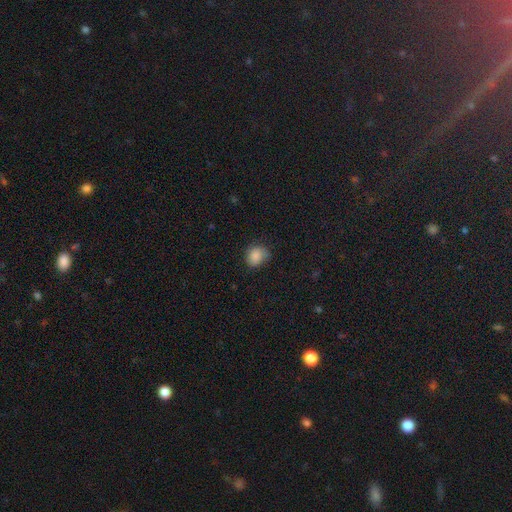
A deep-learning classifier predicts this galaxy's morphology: Q: Smooth or featured?
A: smooth (79%); runner-up: featured or disk (12%)
Q: How rounded?
A: round (70%); runner-up: in between (29%)
Q: Merging?
A: none (61%); runner-up: minor disturbance (29%)